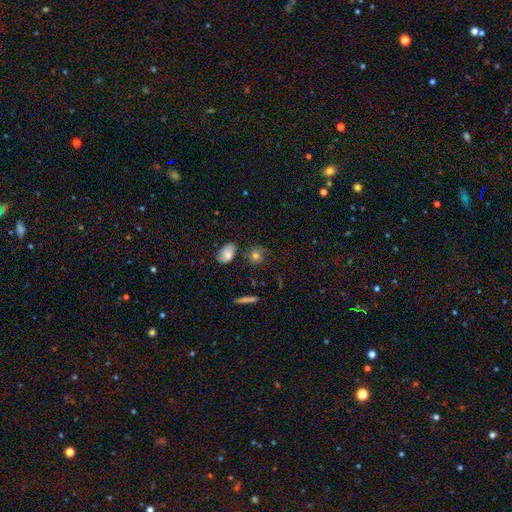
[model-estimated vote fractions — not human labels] Q: Smooth or featured?
A: smooth (74%); runner-up: featured or disk (14%)
Q: How rounded?
A: round (73%); runner-up: in between (24%)
Q: Merging?
A: none (71%); runner-up: minor disturbance (17%)